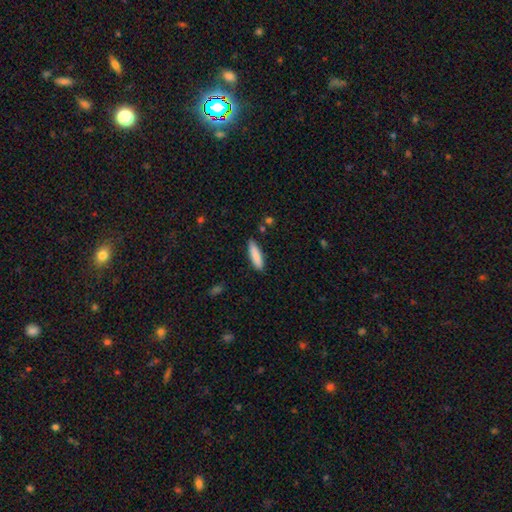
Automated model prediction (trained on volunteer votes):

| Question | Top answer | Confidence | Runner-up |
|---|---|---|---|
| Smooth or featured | smooth | 86% | featured or disk (8%) |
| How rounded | cigar-shaped | 70% | in between (29%) |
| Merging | none | 85% | minor disturbance (11%) |